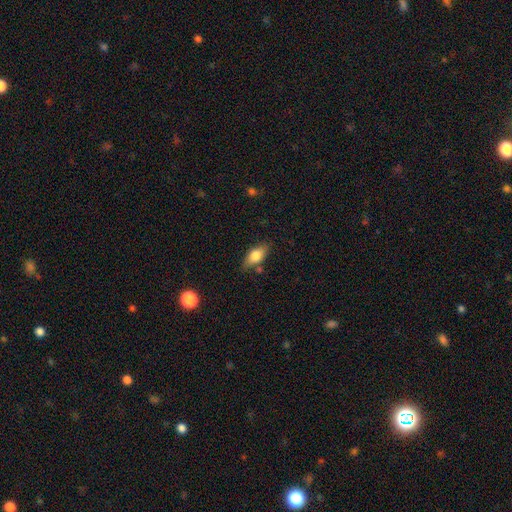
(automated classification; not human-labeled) The model was most divided on "smooth or featured": smooth: 74%, featured or disk: 19%, star or artifact: 7%. More confident: how rounded — in between (83%); merging — none (73%).